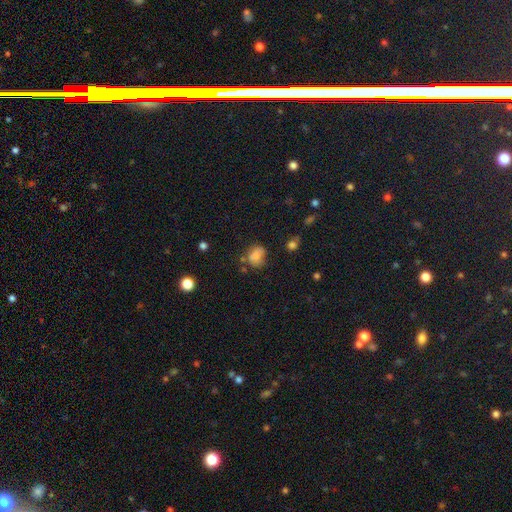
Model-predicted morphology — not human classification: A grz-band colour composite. It shows a smooth galaxy with no disk features (79%) that is in between round and cigar-shaped (59%). Merging: none (57%).